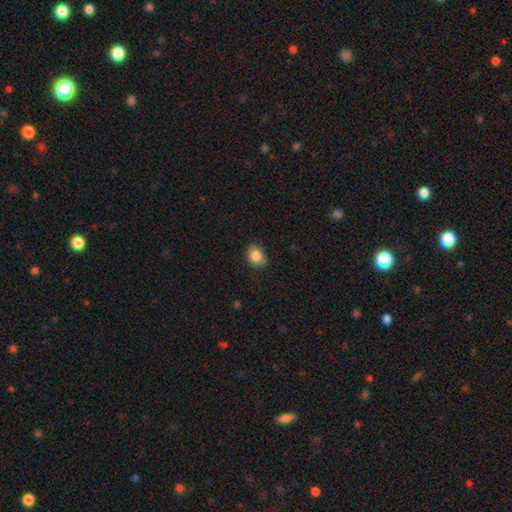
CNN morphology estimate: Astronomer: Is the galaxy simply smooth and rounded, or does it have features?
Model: smooth — 86%.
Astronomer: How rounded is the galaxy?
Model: round — 55% (runner-up: in between, 44%).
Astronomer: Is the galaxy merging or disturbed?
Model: none — 75%.